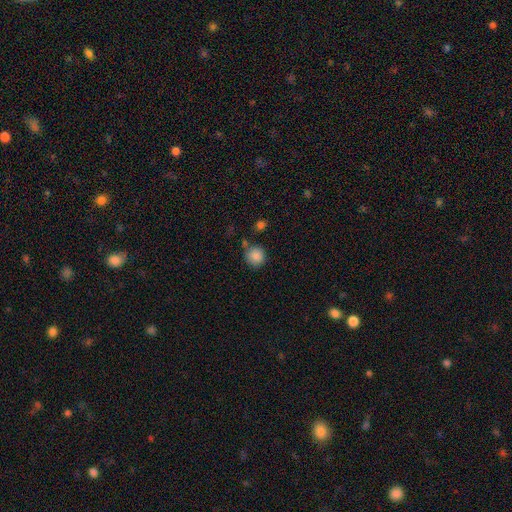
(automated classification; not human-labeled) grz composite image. It shows a smooth galaxy with no disk features (86%) that is round (91%). Merging: none (74%).